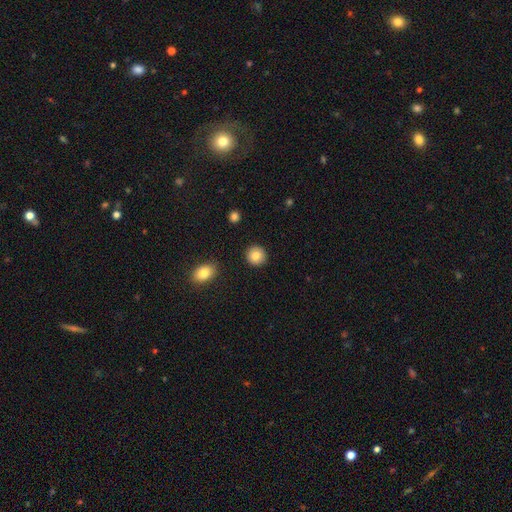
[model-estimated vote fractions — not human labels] smooth-or-featured: smooth: 86% | star or artifact: 8% | featured or disk: 6%
  how-rounded: round: 92% | in between: 7% | cigar-shaped: 1%
  merging: none: 92% | minor disturbance: 5% | major disturbance: 2% | merger: 1%